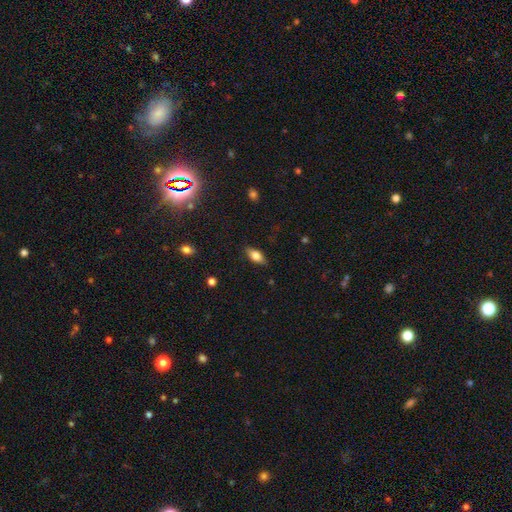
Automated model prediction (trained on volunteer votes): Smooth or featured?
  - smooth: 69% *
  - featured or disk: 23%
  - star or artifact: 8%
How rounded?
  - in between: 80% *
  - cigar-shaped: 17%
  - round: 4%
Merging?
  - none: 85% *
  - minor disturbance: 12%
  - major disturbance: 3%
  - merger: 1%